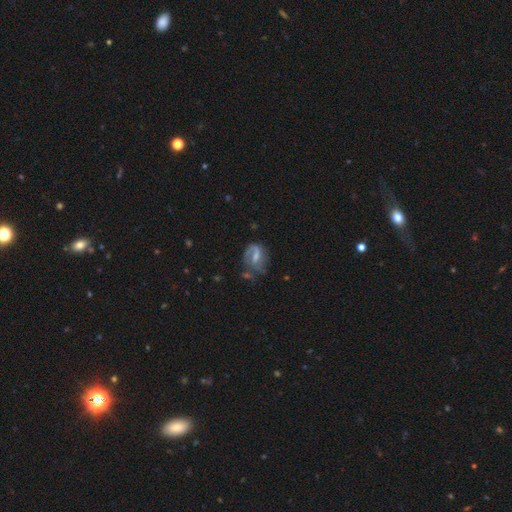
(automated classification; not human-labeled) Morphology: type=featured or disk (63%); edge-on=no (96%); bar=weak (50%); spiral arms=yes (79%); bulge=small (37%); merging=none (45%).